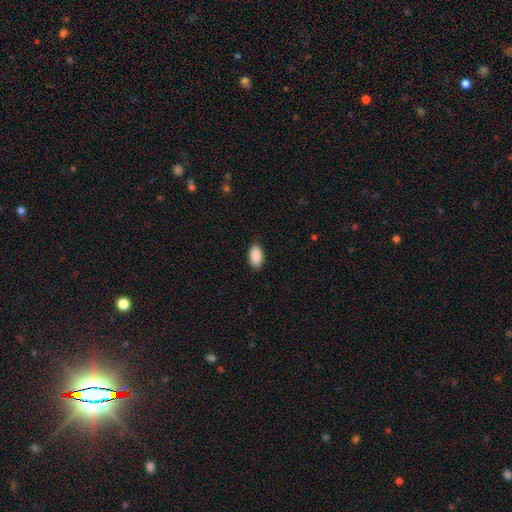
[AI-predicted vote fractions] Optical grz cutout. It shows a smooth galaxy with no disk features (91%) that is in between round and cigar-shaped (95%). Merging: none (87%).